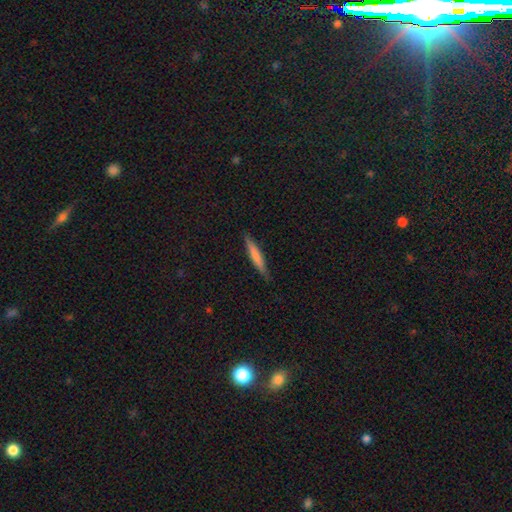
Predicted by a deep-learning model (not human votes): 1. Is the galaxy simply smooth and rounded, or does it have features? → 67% smooth, 27% featured or disk, 6% star or artifact.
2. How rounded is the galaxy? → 94% cigar-shaped, 5% in between, 1% round.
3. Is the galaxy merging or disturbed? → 86% none, 11% minor disturbance, 2% major disturbance, 1% merger.